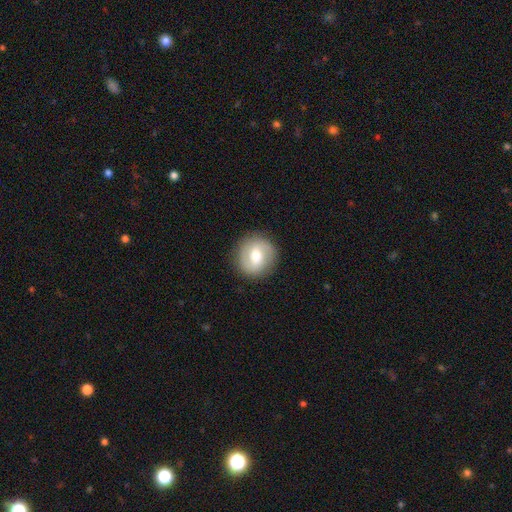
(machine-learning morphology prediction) Smooth or featured? Predicted: featured or disk (p=0.51). Edge-on disk? Predicted: no (p=0.96). Merging? Predicted: none (p=0.88).